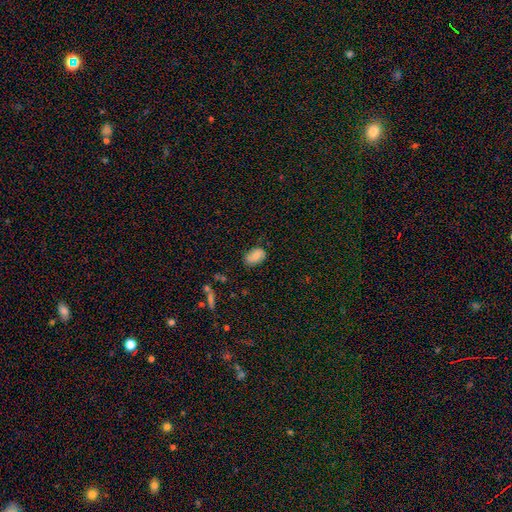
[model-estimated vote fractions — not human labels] Smooth or featured? smooth (71%)
How rounded? in between (85%)
Merging? none (73%)